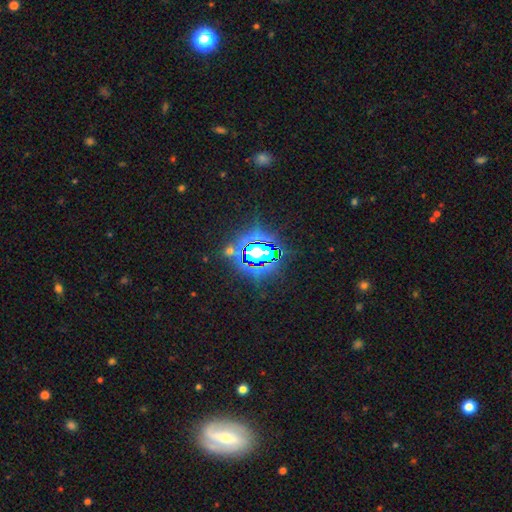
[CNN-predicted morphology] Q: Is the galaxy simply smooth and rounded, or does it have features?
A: star or artifact — 76%.